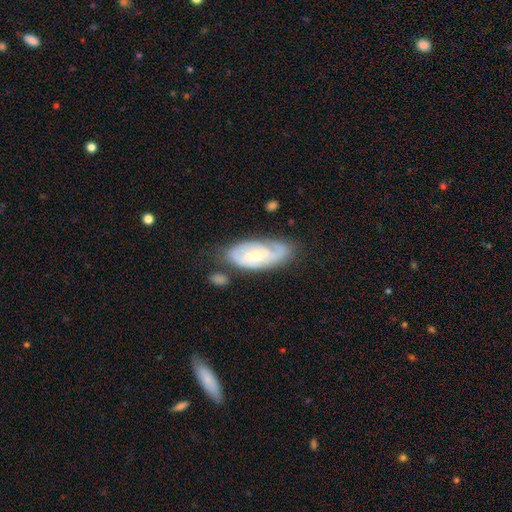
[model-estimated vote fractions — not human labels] A featured or disk galaxy (72%) with no bar (53%), 2 (50%) tight (52%) spiral arms (89%) and a small central bulge (65%). Merging: none (59%).